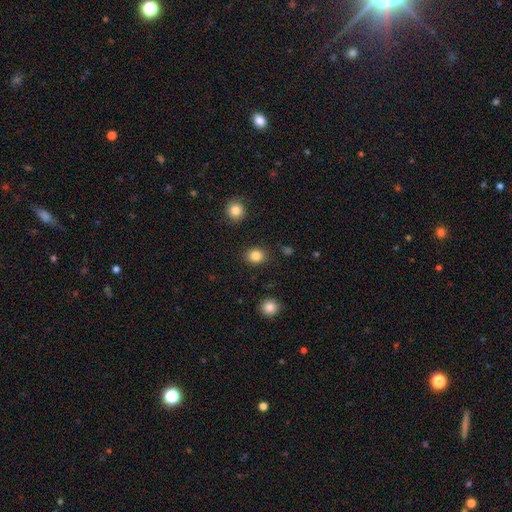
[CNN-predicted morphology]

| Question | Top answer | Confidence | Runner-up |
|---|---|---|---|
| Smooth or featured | smooth | 85% | star or artifact (10%) |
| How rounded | round | 72% | in between (27%) |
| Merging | none | 88% | minor disturbance (7%) |